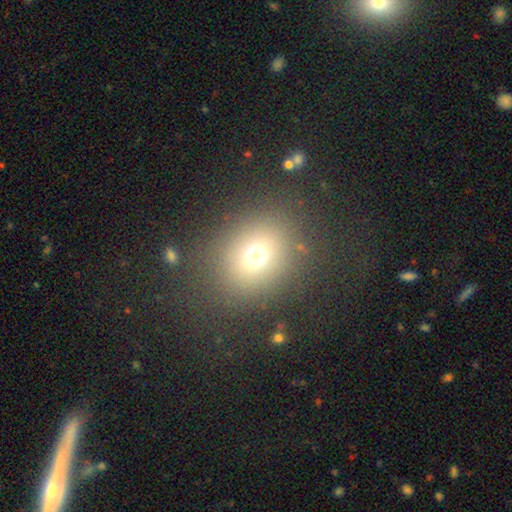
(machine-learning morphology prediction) Smooth or featured? Predicted: smooth (p=0.71). How rounded? Predicted: round (p=0.63). Merging? Predicted: none (p=0.82).